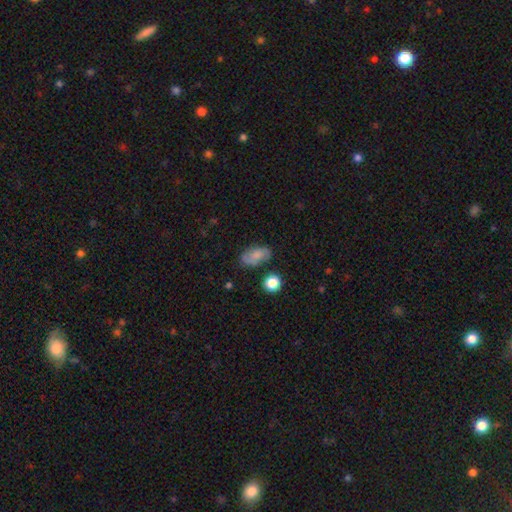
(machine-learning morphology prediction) smooth_or_featured: smooth (p=0.62) [alt: featured or disk p=0.28]
how_rounded: in between (p=0.88) [alt: round p=0.08]
merging: none (p=0.70) [alt: minor disturbance p=0.20]